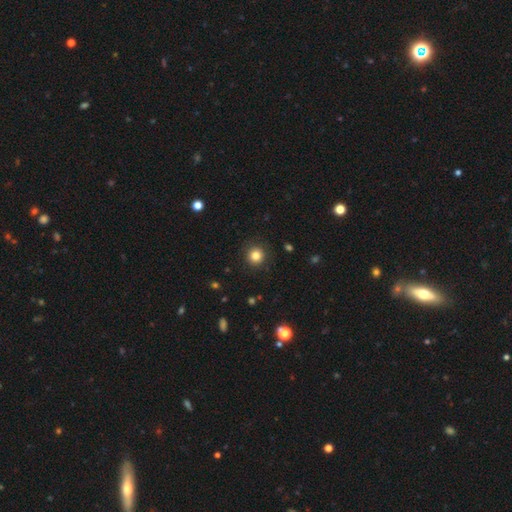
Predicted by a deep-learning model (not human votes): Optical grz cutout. It shows a smooth galaxy with no disk features (82%) that is round (94%). Merging: none (90%).